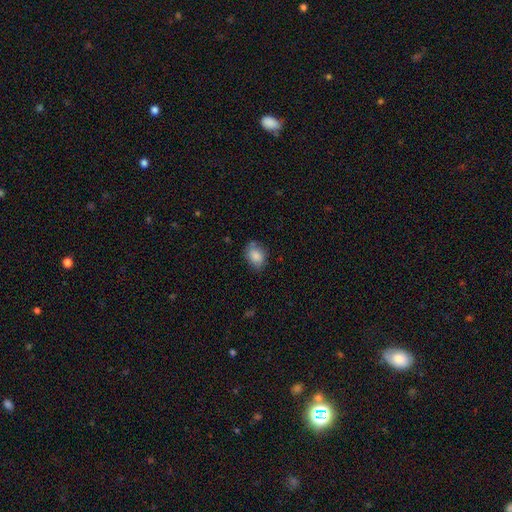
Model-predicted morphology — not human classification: Smooth or featured? Predicted: smooth (p=0.84). How rounded? Predicted: in between (p=0.71). Merging? Predicted: none (p=0.68).